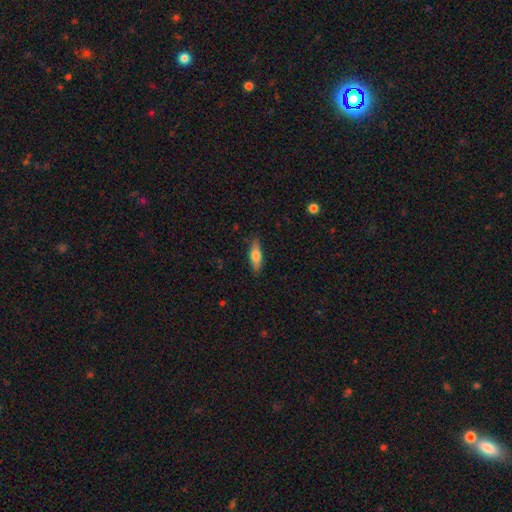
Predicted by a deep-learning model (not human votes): Smooth or featured: smooth — 63% (featured or disk — 31%)
How rounded: cigar-shaped — 52% (in between — 45%)
Merging: none — 86% (minor disturbance — 10%)